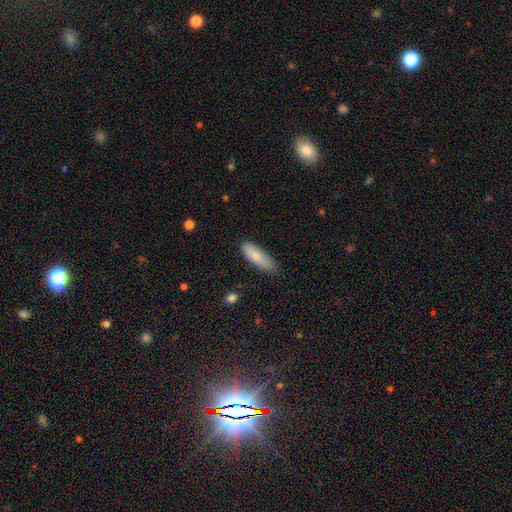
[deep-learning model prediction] smooth 83%, featured or disk 11%, star or artifact 6%. Down the decision tree: how rounded — in between (56%); merging — none (74%).